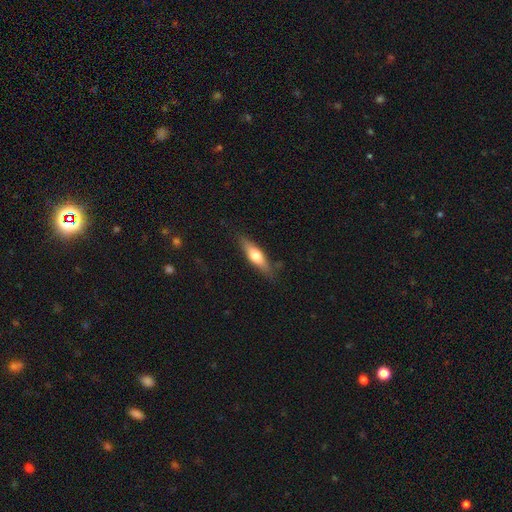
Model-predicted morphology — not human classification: This is possibly a smooth galaxy (54%). How rounded: likely cigar-shaped (65%). Merging: clearly none (81%).